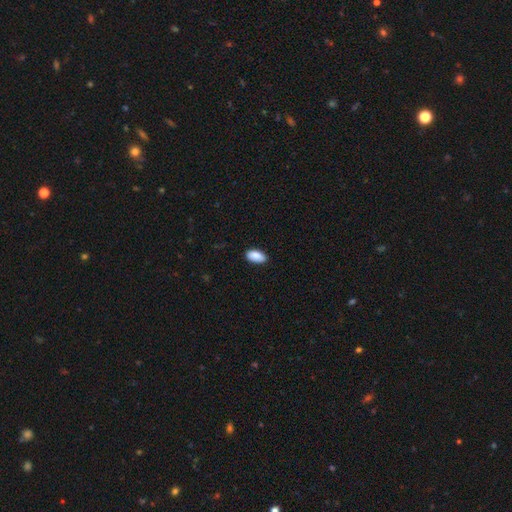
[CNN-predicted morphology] This is clearly a smooth galaxy (90%). How rounded: clearly in between (93%). Merging: clearly none (86%).